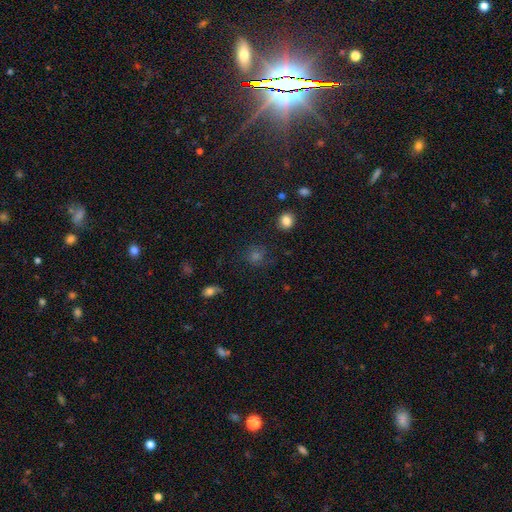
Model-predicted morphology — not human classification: Smooth or featured: smooth — 50% (star or artifact — 38%)
Merging: none — 79% (minor disturbance — 12%)